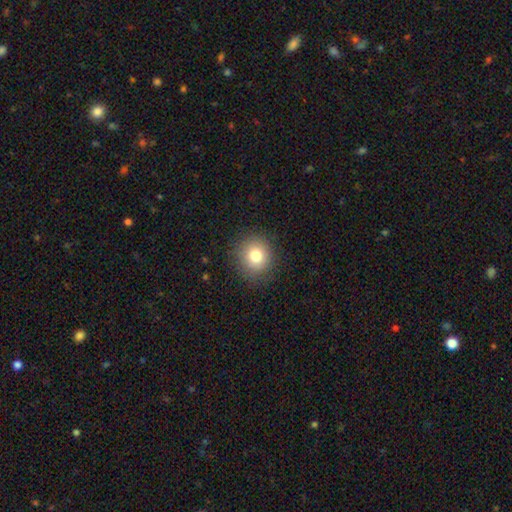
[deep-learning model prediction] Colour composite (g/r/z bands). It shows a smooth galaxy with no disk features (79%) that is round (87%). Merging: none (87%).